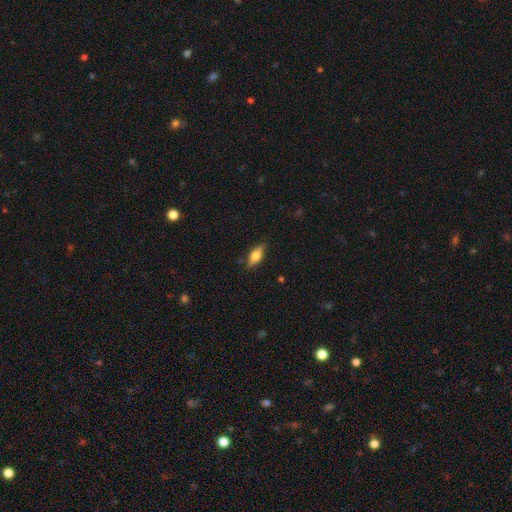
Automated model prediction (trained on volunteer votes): smooth 68%, featured or disk 25%, star or artifact 7%. Down the decision tree: how rounded — in between (72%); merging — none (84%).